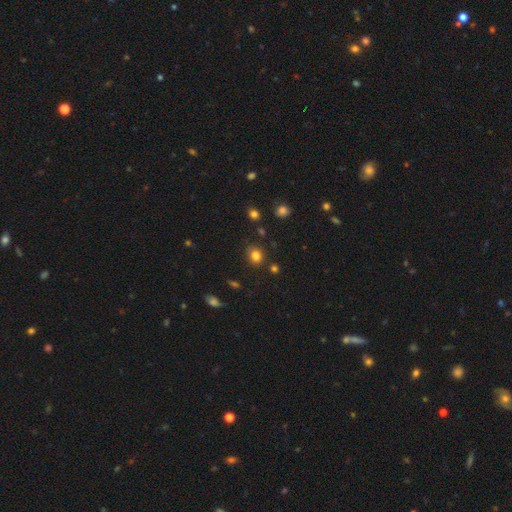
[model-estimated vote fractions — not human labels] Smooth or featured? Predicted: smooth (p=0.81). How rounded? Predicted: round (p=0.72). Merging? Predicted: none (p=0.79).